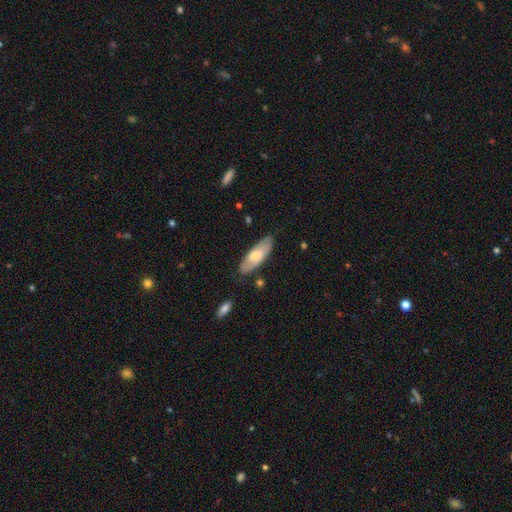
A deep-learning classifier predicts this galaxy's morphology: Smooth or featured? smooth (58%)
How rounded? in between (70%)
Merging? none (79%)